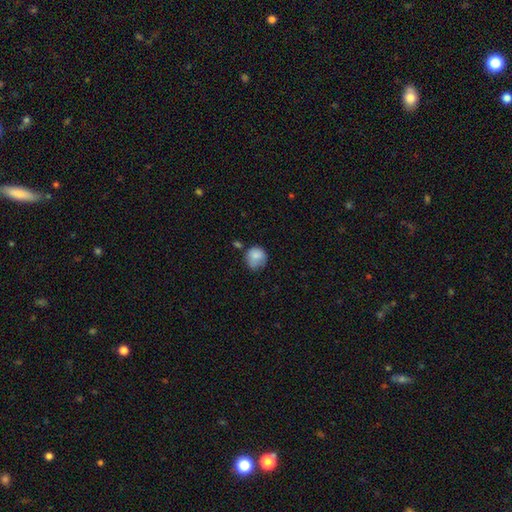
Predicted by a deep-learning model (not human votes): The model was most divided on "merging": none: 54%, minor disturbance: 30%, major disturbance: 8%, merger: 8%. More confident: how rounded — round (84%); smooth or featured — smooth (81%).